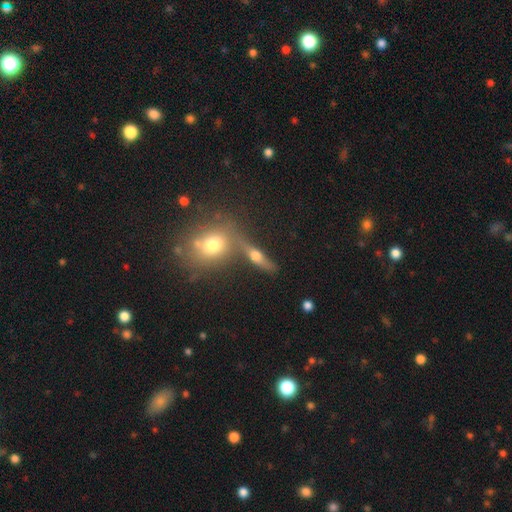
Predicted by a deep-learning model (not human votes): Smooth or featured: featured or disk — 46% (smooth — 40%)
Merging: none — 61% (merger — 22%)